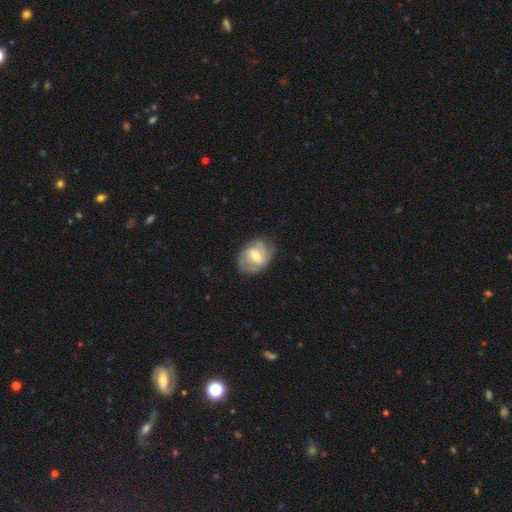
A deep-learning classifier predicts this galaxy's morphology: A featured or disk galaxy (78%) with a weak bar (56%), 2 (39%) tight (44%) spiral arms (93%) and a moderate central bulge (62%). Merging: none (72%).